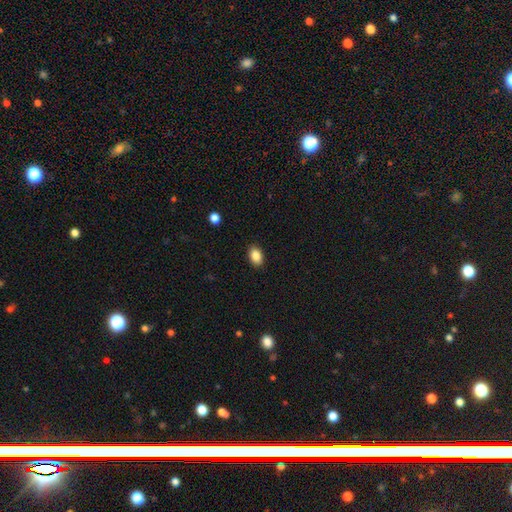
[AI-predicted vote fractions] smooth_or_featured: smooth (p=0.87) [alt: star or artifact p=0.08]
how_rounded: in between (p=0.85) [alt: round p=0.14]
merging: none (p=0.89) [alt: minor disturbance p=0.08]